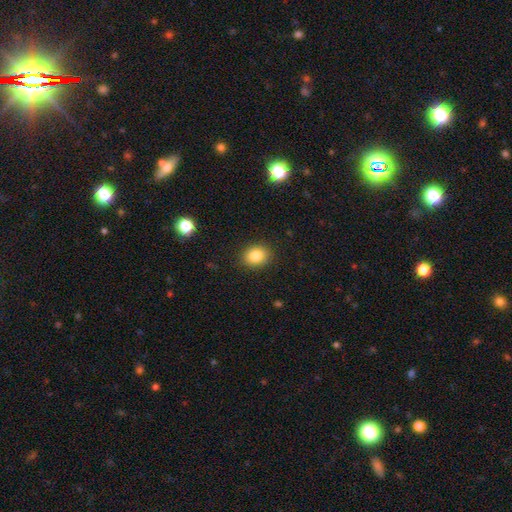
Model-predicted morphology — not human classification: Smooth or featured?
  - smooth: 84% *
  - star or artifact: 10%
  - featured or disk: 6%
How rounded?
  - round: 55% *
  - in between: 44%
  - cigar-shaped: 1%
Merging?
  - none: 88% *
  - minor disturbance: 8%
  - major disturbance: 2%
  - merger: 1%